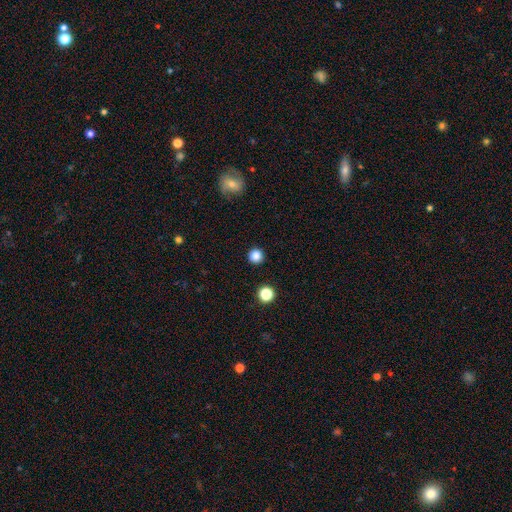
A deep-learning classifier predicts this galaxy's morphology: Smooth or featured? smooth (85%)
How rounded? round (95%)
Merging? none (91%)